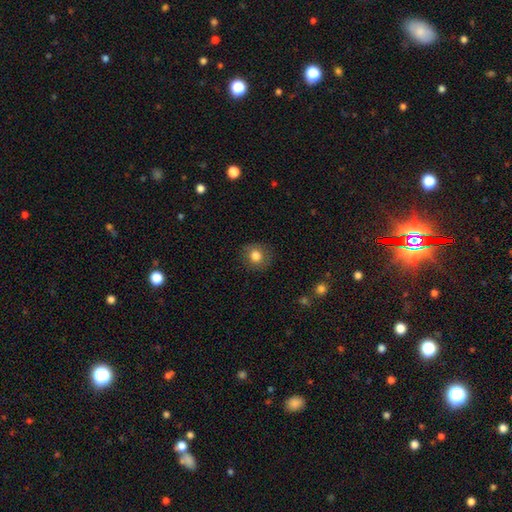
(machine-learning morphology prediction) smooth 81%, star or artifact 10%, featured or disk 10%. Down the decision tree: how rounded — round (84%); merging — none (86%).